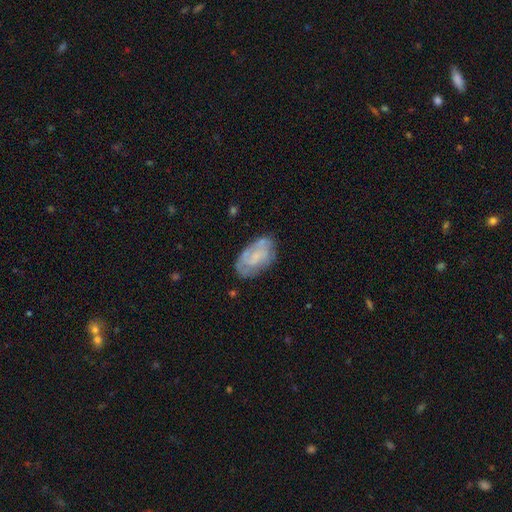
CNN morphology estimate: type=featured or disk (55%); edge-on=no (95%); bar=no (63%); spiral arms=yes (61%); bulge=small (39%); merging=none (66%).